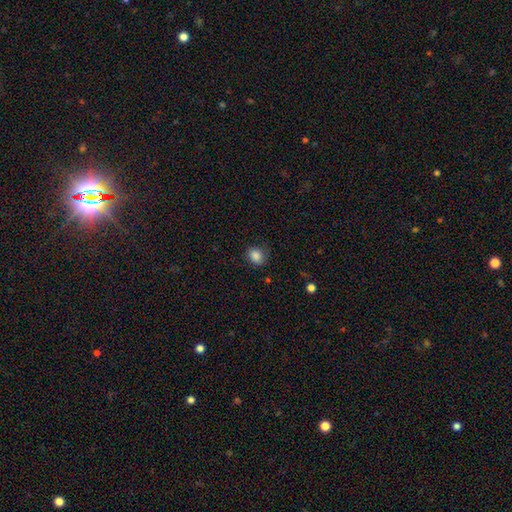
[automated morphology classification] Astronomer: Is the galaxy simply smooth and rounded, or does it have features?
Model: smooth — 85%.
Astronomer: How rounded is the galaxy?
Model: in between — 52% (runner-up: round, 47%).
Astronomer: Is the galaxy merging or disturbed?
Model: none — 75%.